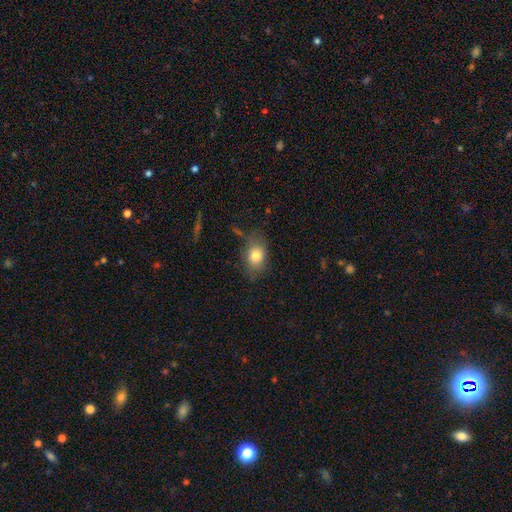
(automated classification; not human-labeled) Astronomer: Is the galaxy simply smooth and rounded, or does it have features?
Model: smooth — 80%.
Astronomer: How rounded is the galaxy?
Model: in between — 67%.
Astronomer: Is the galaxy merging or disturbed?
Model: none — 71%.